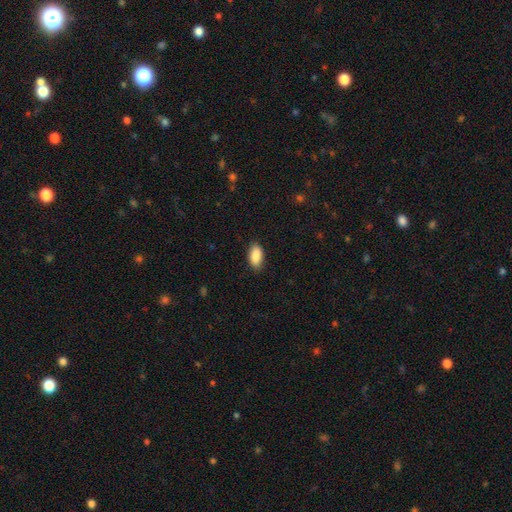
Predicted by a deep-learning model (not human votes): Smooth or featured: smooth — 90% (star or artifact — 6%)
How rounded: in between — 93% (cigar-shaped — 4%)
Merging: none — 86% (minor disturbance — 10%)